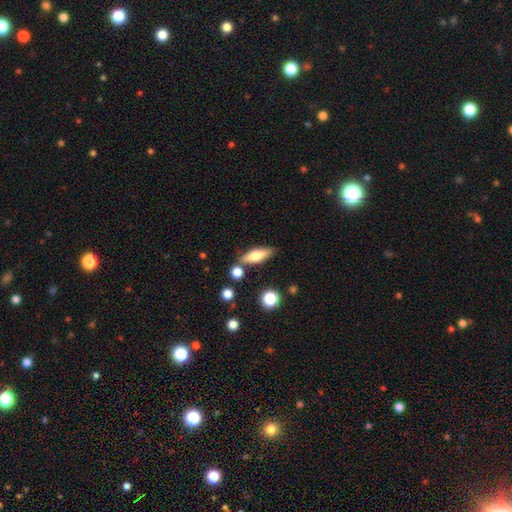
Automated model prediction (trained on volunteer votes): Smooth or featured? smooth (64%)
How rounded? in between (56%)
Merging? none (76%)